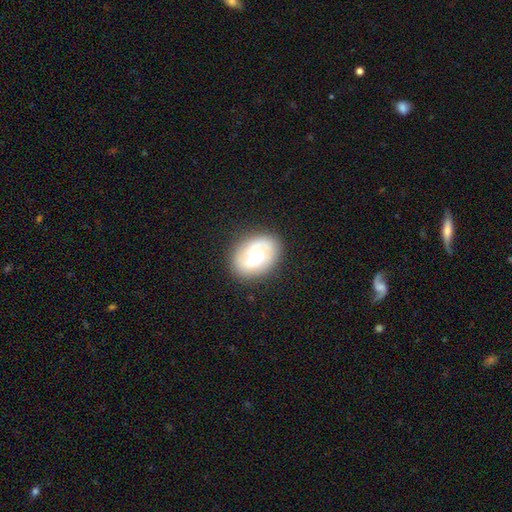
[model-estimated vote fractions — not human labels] Smooth or featured? featured or disk (71%)
Edge-on disk? no (97%)
Bar? weak (44%)
Spiral arms? yes (89%)
Spiral winding? medium (46%)
Spiral arm count? 2 (83%)
Bulge size? moderate (57%)
Merging? none (84%)